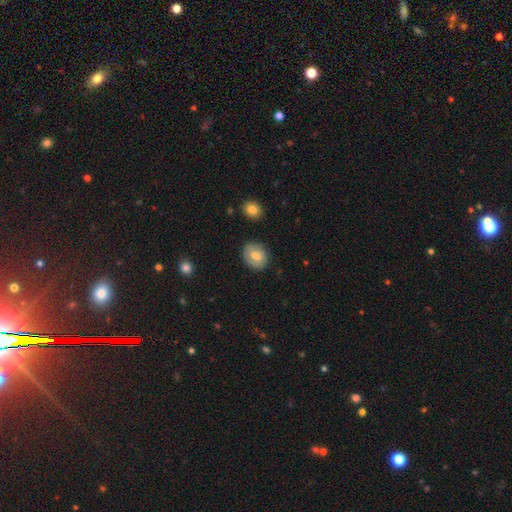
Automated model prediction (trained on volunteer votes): This appears to be a smooth galaxy with no disk features (66%) that is round (63%). Merging: none (83%).